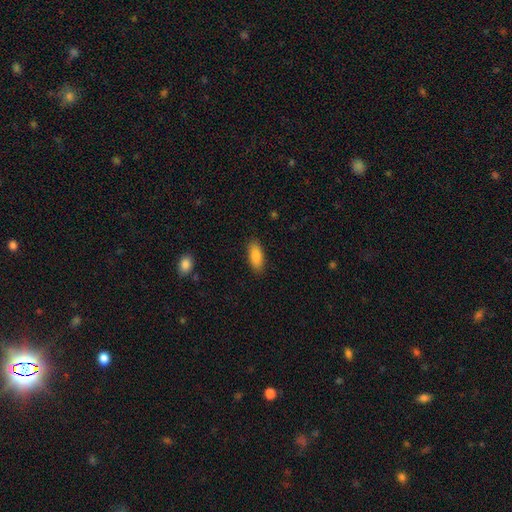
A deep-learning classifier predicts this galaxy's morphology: Q: Smooth or featured?
A: smooth (85%); runner-up: featured or disk (8%)
Q: How rounded?
A: in between (82%); runner-up: cigar-shaped (16%)
Q: Merging?
A: none (88%); runner-up: minor disturbance (8%)